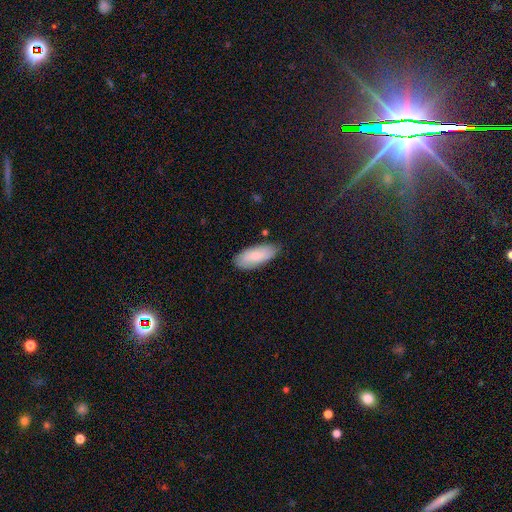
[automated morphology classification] Q: Smooth or featured?
A: smooth (78%); runner-up: featured or disk (16%)
Q: How rounded?
A: in between (86%); runner-up: cigar-shaped (12%)
Q: Merging?
A: none (76%); runner-up: minor disturbance (19%)